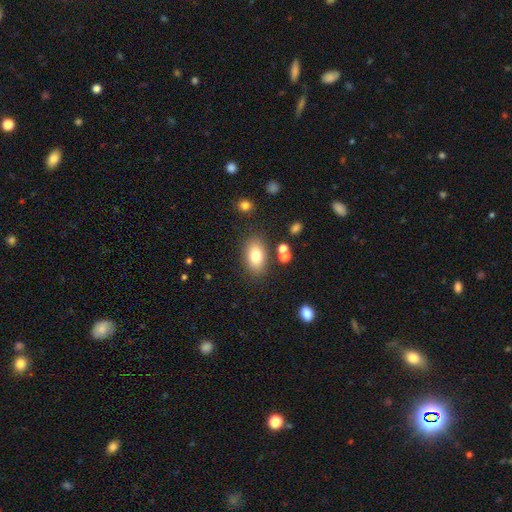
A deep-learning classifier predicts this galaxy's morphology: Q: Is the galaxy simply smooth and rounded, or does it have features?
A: smooth — 77%.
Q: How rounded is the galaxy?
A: in between — 87%.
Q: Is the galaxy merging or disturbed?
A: none — 81%.